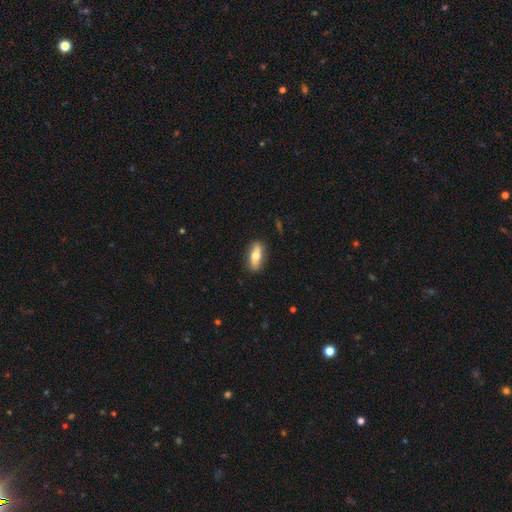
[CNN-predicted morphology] This appears to be a smooth galaxy with no disk features (59%) that is in between round and cigar-shaped (71%). Merging: none (85%).